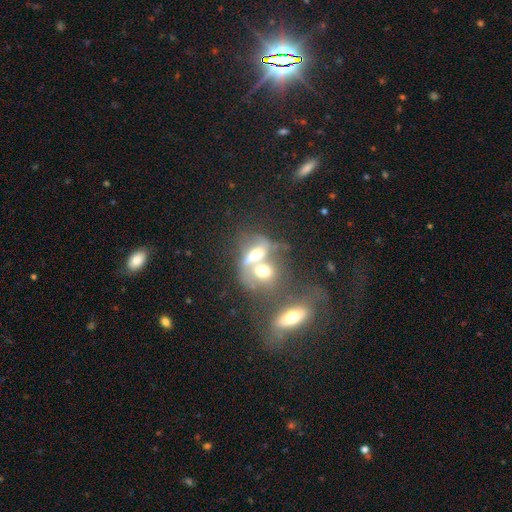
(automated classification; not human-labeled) Smooth or featured? featured or disk (47%)
Merging? merger (66%)